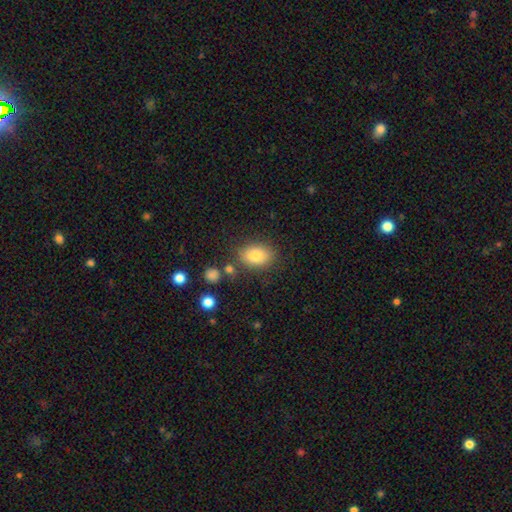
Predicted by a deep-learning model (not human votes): smooth-or-featured: smooth: 82% | featured or disk: 10% | star or artifact: 9%
  how-rounded: in between: 74% | round: 25% | cigar-shaped: 1%
  merging: none: 79% | minor disturbance: 13% | merger: 5% | major disturbance: 4%